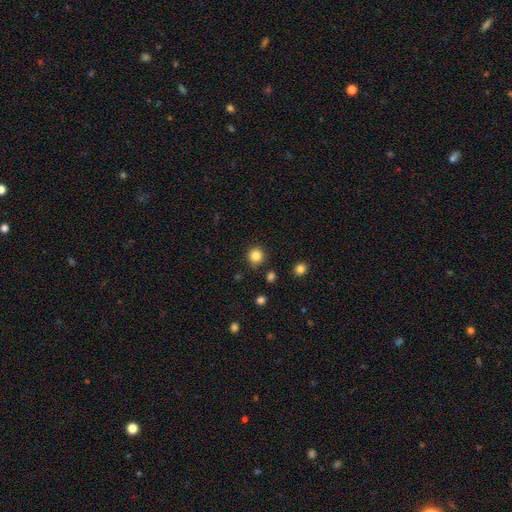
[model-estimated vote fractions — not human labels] smooth-or-featured: smooth: 85% | star or artifact: 11% | featured or disk: 4%
  how-rounded: round: 94% | in between: 5% | cigar-shaped: 1%
  merging: none: 88% | minor disturbance: 7% | merger: 3% | major disturbance: 2%